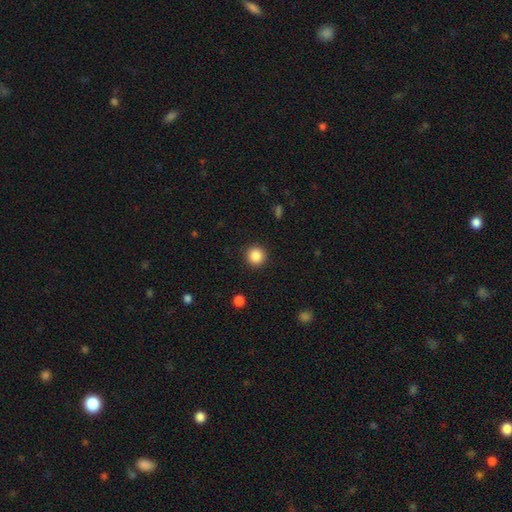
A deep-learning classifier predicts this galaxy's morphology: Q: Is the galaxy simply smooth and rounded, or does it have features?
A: smooth — 86%.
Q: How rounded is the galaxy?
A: round — 95%.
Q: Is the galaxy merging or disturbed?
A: none — 92%.